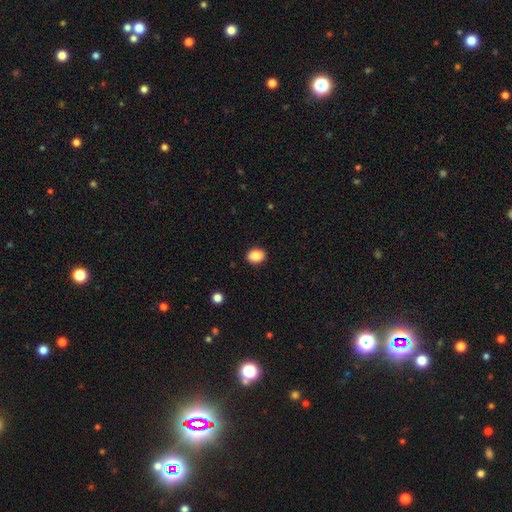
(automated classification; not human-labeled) The model was most divided on "how rounded": in between: 57%, round: 42%, cigar-shaped: 1%. More confident: merging — none (91%); smooth or featured — smooth (87%).